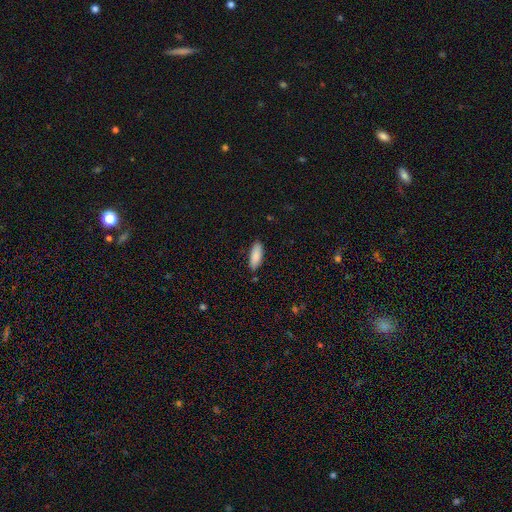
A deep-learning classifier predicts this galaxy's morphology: smooth_or_featured: smooth (p=0.87) [alt: featured or disk p=0.06]
how_rounded: in between (p=0.68) [alt: cigar-shaped p=0.30]
merging: none (p=0.84) [alt: minor disturbance p=0.12]